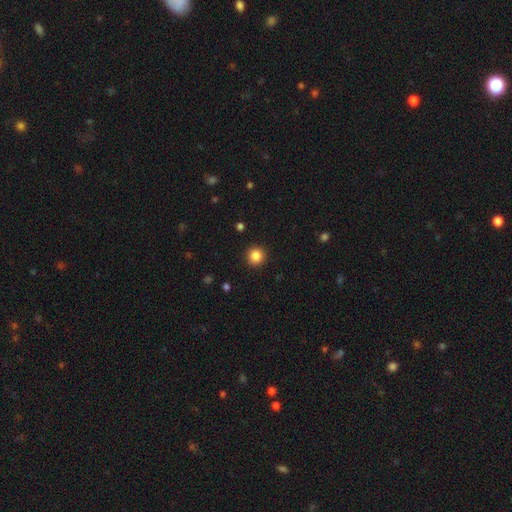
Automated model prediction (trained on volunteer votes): smooth 85%, star or artifact 11%, featured or disk 4%. Down the decision tree: how rounded — round (94%); merging — none (92%).